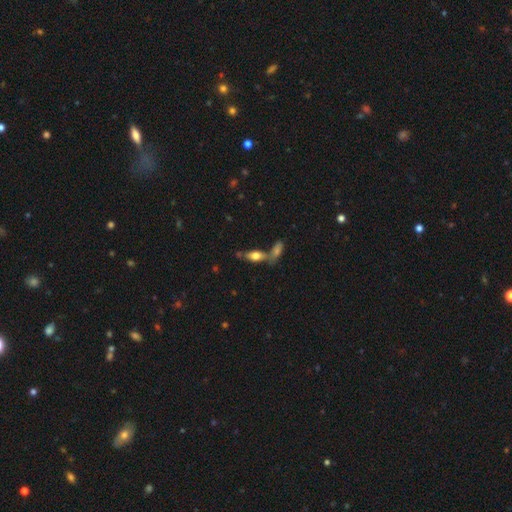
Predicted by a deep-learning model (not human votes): A smooth galaxy with no disk features (65%) that is in between round and cigar-shaped (75%).

Vote fractions:
- Smooth or featured? smooth: 65% / featured or disk: 26% / star or artifact: 9%
- How rounded? in between: 75% / cigar-shaped: 21% / round: 4%
- Merging? none: 49% / merger: 35% / minor disturbance: 11% / major disturbance: 5%